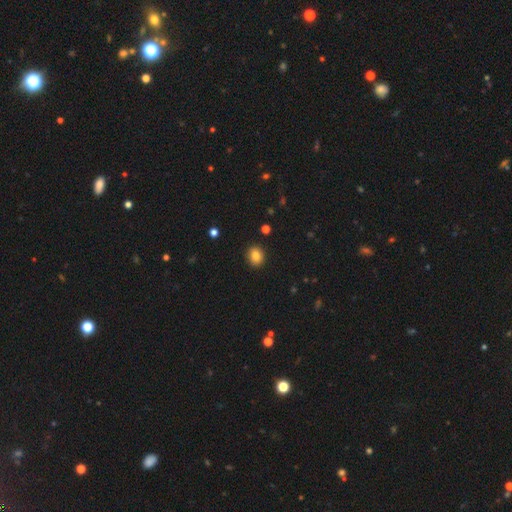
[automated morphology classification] smooth-or-featured: smooth: 84% | star or artifact: 10% | featured or disk: 6%
  how-rounded: round: 60% | in between: 39% | cigar-shaped: 1%
  merging: none: 91% | minor disturbance: 6% | major disturbance: 2% | merger: 1%